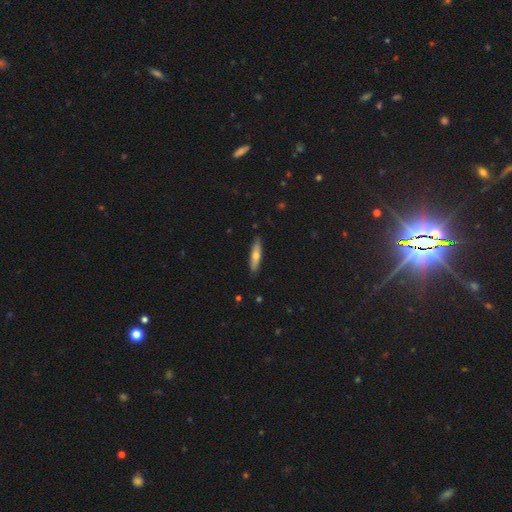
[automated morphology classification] smooth_or_featured: smooth (p=0.56) [alt: featured or disk p=0.38]
how_rounded: cigar-shaped (p=0.76) [alt: in between p=0.22]
merging: none (p=0.87) [alt: minor disturbance p=0.10]